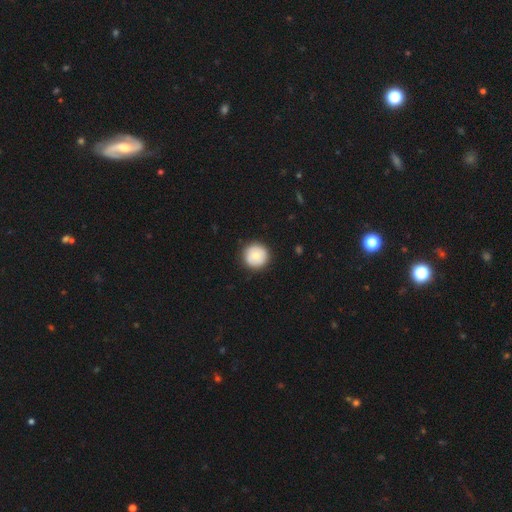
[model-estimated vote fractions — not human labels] smooth-or-featured: smooth: 74% | featured or disk: 19% | star or artifact: 7%
  how-rounded: round: 96% | in between: 3% | cigar-shaped: 1%
  merging: none: 89% | minor disturbance: 8% | major disturbance: 2% | merger: 1%